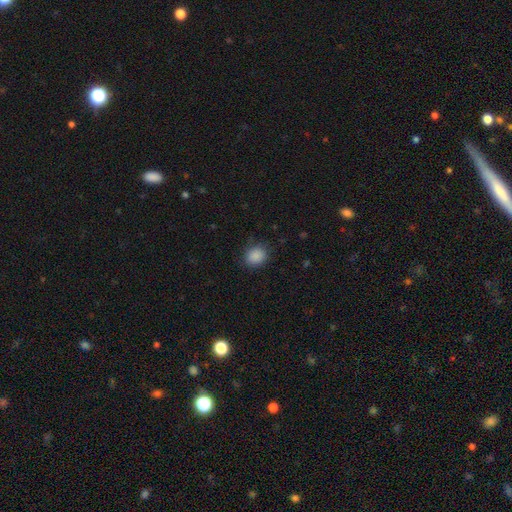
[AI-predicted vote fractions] The model was most divided on "how rounded": round: 66%, in between: 34%, cigar-shaped: 1%. More confident: smooth or featured — smooth (88%); merging — none (81%).